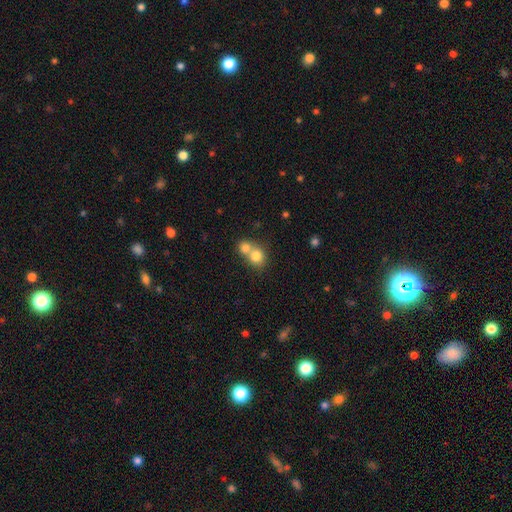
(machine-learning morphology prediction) smooth 78%, featured or disk 12%, star or artifact 10%. Down the decision tree: how rounded — round (80%); merging — merger (60%).